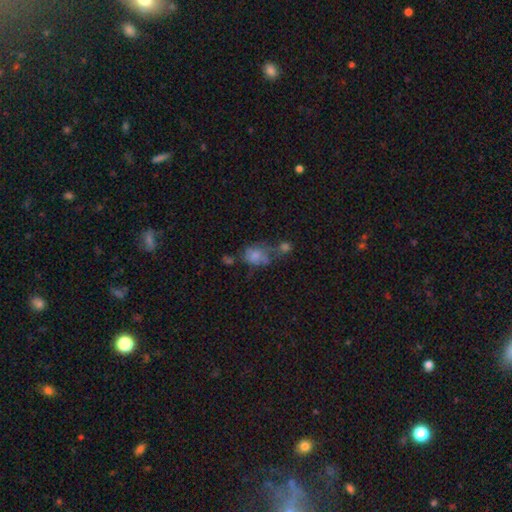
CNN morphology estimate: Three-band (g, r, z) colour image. It shows a smooth galaxy with no disk features (65%) that is in between round and cigar-shaped (68%). Merging: merger (33%).